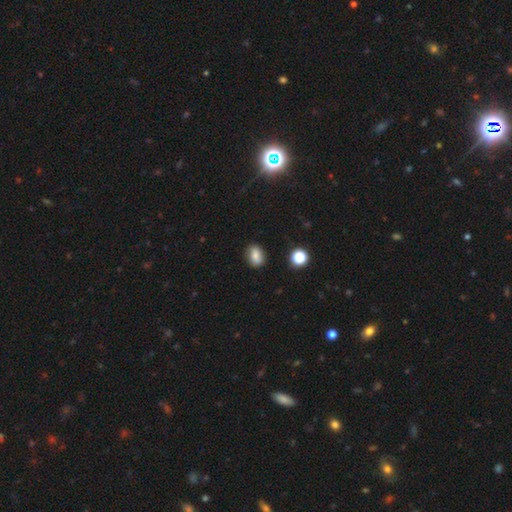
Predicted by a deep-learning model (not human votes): Morphology: type=smooth (80%); roundness=in between (74%); merging=none (82%).